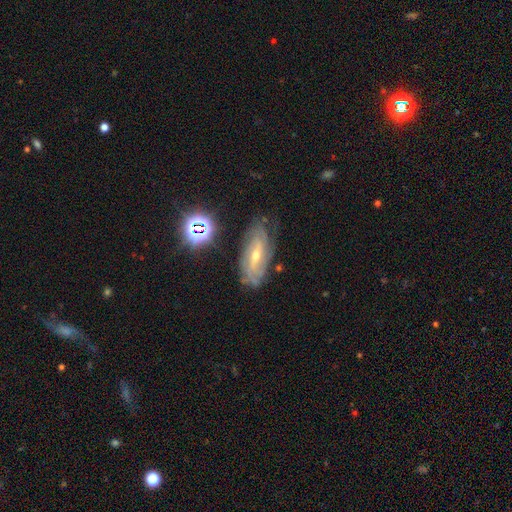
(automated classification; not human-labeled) Smooth or featured?
  - featured or disk: 69% *
  - smooth: 17%
  - star or artifact: 14%
Edge-on disk?
  - no: 85% *
  - yes: 15%
Bar?
  - weak: 42% *
  - no: 37%
  - strong: 21%
Spiral arms?
  - yes: 83% *
  - no: 17%
Bulge size?
  - small: 54% *
  - moderate: 42%
  - large: 1%
  - none: 1%
  - dominant: 1%
Merging?
  - none: 73% *
  - minor disturbance: 19%
  - major disturbance: 6%
  - merger: 2%